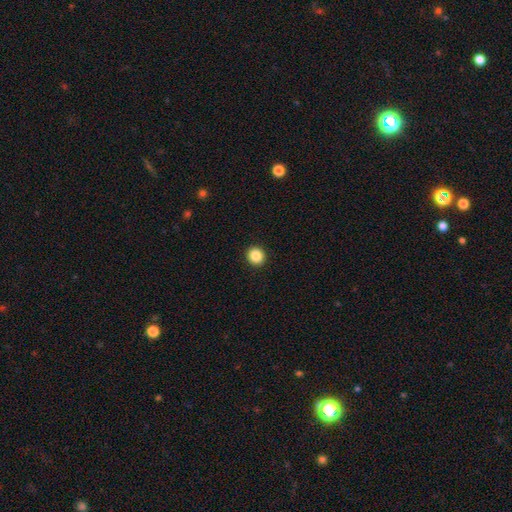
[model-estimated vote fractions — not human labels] Morphology: type=smooth (86%); roundness=round (86%); merging=none (93%).